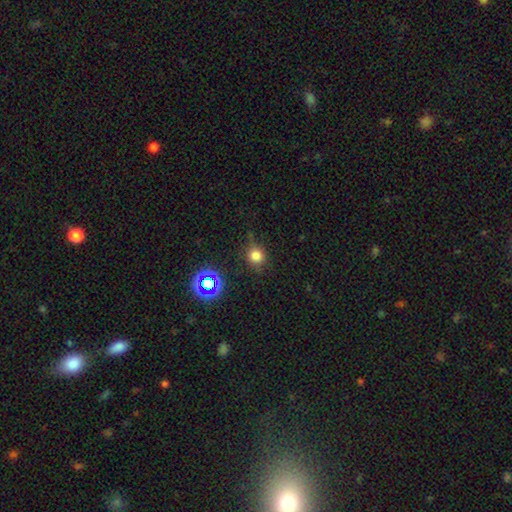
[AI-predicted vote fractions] Smooth or featured? Predicted: smooth (p=0.74). How rounded? Predicted: round (p=0.83). Merging? Predicted: none (p=0.72).